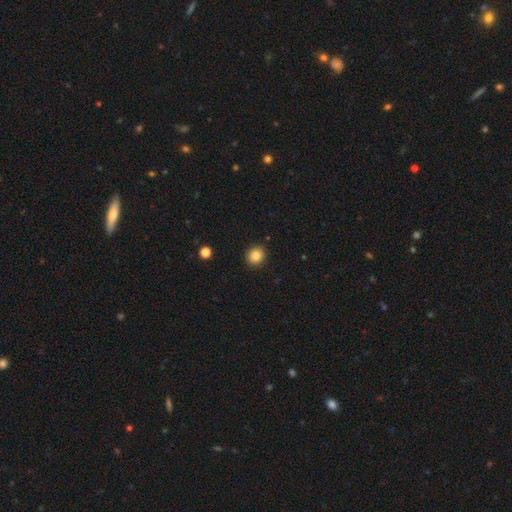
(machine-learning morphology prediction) Smooth or featured? Predicted: smooth (p=0.83). How rounded? Predicted: round (p=0.80). Merging? Predicted: none (p=0.91).